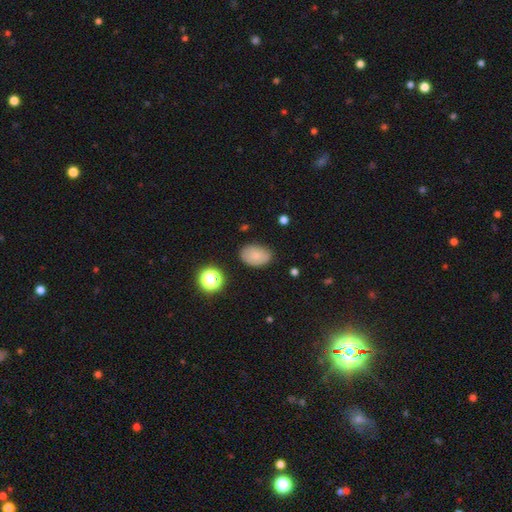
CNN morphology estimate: A smooth galaxy with no disk features (82%) that is in between round and cigar-shaped (85%).

Vote fractions:
- Smooth or featured? smooth: 82% / star or artifact: 10% / featured or disk: 8%
- How rounded? in between: 85% / round: 14% / cigar-shaped: 1%
- Merging? none: 80% / minor disturbance: 15% / major disturbance: 4% / merger: 2%